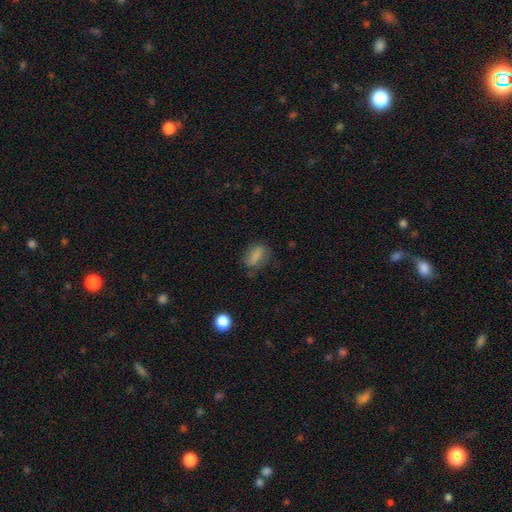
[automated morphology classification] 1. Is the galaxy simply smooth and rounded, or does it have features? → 74% smooth, 17% featured or disk, 10% star or artifact.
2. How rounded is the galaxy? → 78% in between, 12% round, 10% cigar-shaped.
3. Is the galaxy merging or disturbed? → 60% none, 26% minor disturbance, 12% major disturbance, 3% merger.